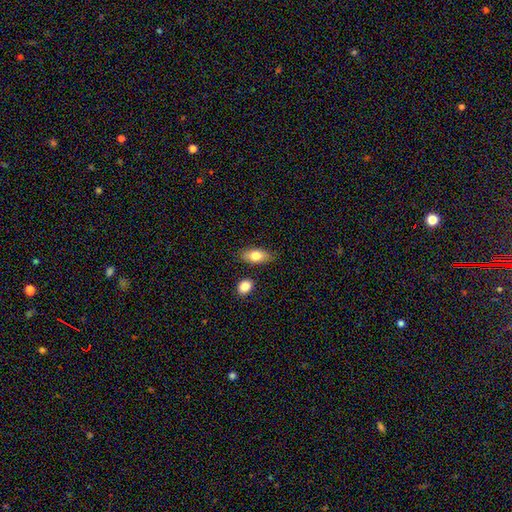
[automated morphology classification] Smooth or featured? smooth (79%)
How rounded? in between (87%)
Merging? none (79%)